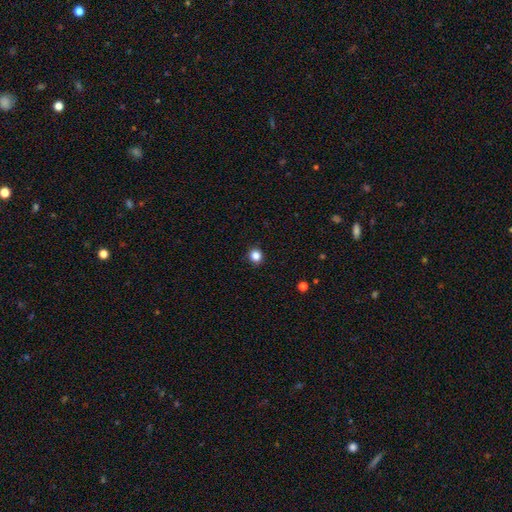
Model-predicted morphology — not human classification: The model was most divided on "smooth or featured": smooth: 85%, star or artifact: 12%, featured or disk: 4%. More confident: merging — none (92%); how rounded — round (89%).